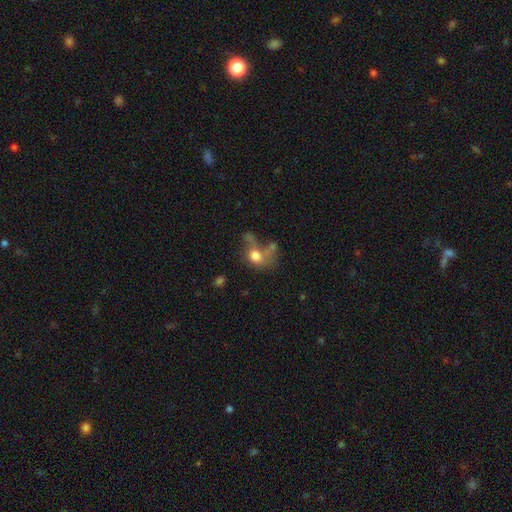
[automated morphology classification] Smooth or featured: smooth — 67% (featured or disk — 22%)
How rounded: in between — 54% (round — 44%)
Merging: major disturbance — 36% (merger — 28%)